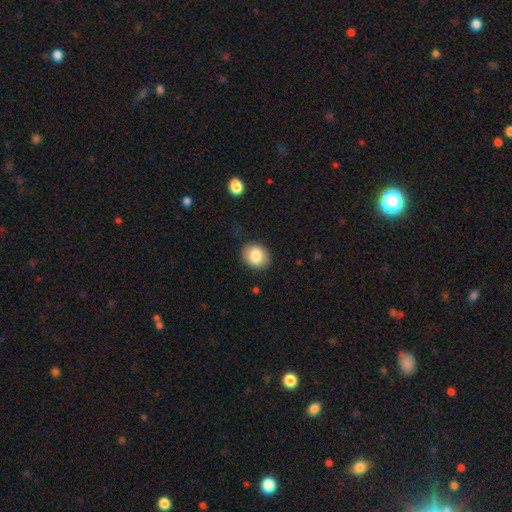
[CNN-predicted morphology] smooth_or_featured: smooth (p=0.83) [alt: featured or disk p=0.09]
how_rounded: round (p=0.56) [alt: in between p=0.43]
merging: none (p=0.87) [alt: minor disturbance p=0.09]